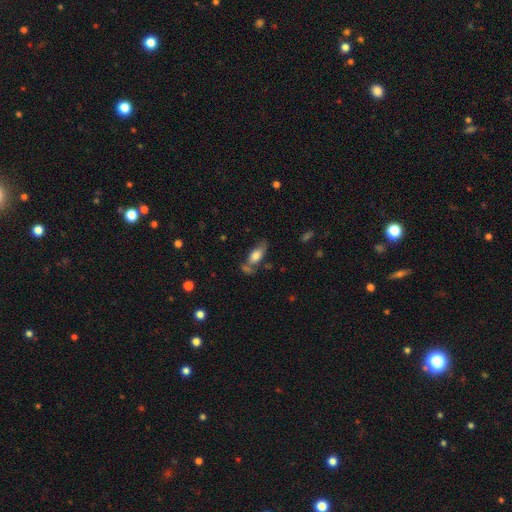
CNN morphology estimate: Q: Smooth or featured?
A: smooth (69%); runner-up: featured or disk (23%)
Q: How rounded?
A: in between (82%); runner-up: cigar-shaped (13%)
Q: Merging?
A: none (50%); runner-up: minor disturbance (22%)